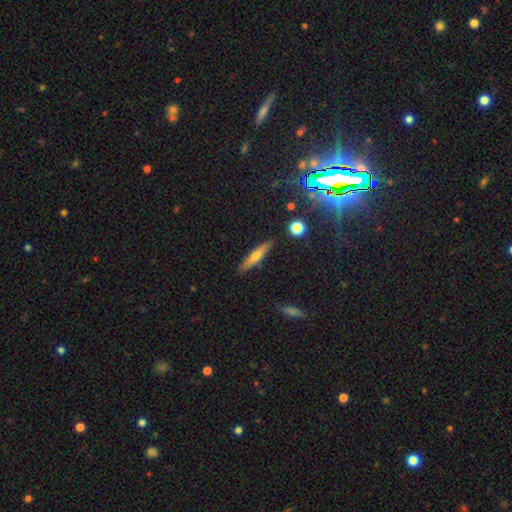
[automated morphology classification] Overall: smooth (46%; featured or disk 45%). Merging: none (88%).